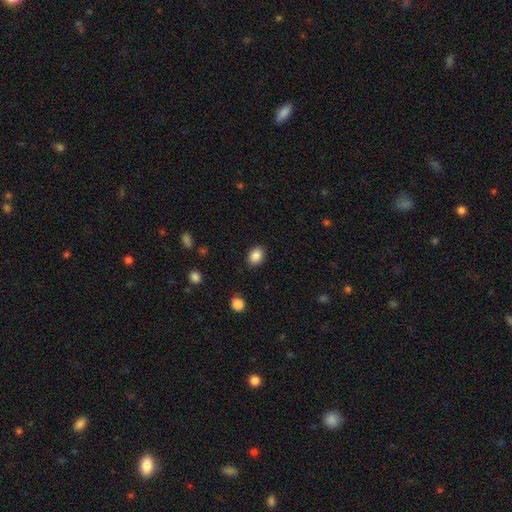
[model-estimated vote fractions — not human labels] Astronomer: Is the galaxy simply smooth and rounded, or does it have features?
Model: smooth — 87%.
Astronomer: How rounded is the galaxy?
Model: in between — 64%.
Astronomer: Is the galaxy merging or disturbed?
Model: none — 88%.